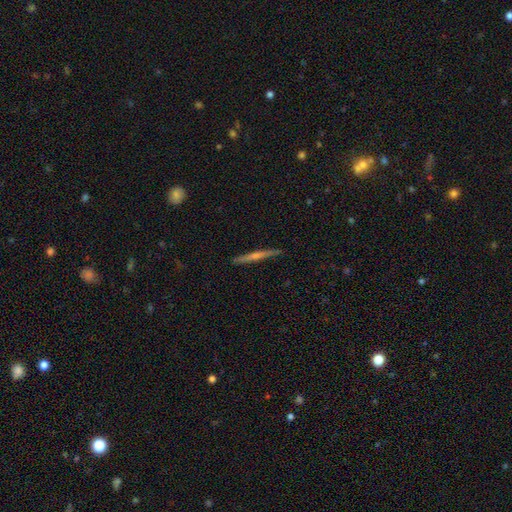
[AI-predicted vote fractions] Smooth or featured?
  - featured or disk: 66% *
  - smooth: 27%
  - star or artifact: 6%
Edge-on disk?
  - yes: 98% *
  - no: 2%
Edge-on bulge?
  - rounded: 62% *
  - none: 30%
  - boxy: 8%
Merging?
  - none: 91% *
  - minor disturbance: 7%
  - major disturbance: 1%
  - merger: 1%